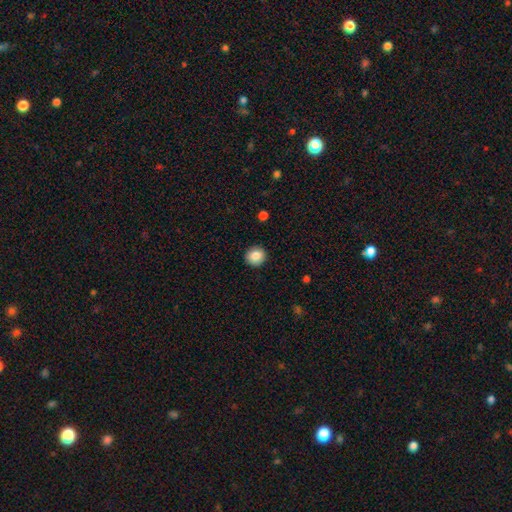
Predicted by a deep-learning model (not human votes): The model was most divided on "smooth or featured": smooth: 86%, star or artifact: 9%, featured or disk: 6%. More confident: merging — none (92%); how rounded — round (91%).